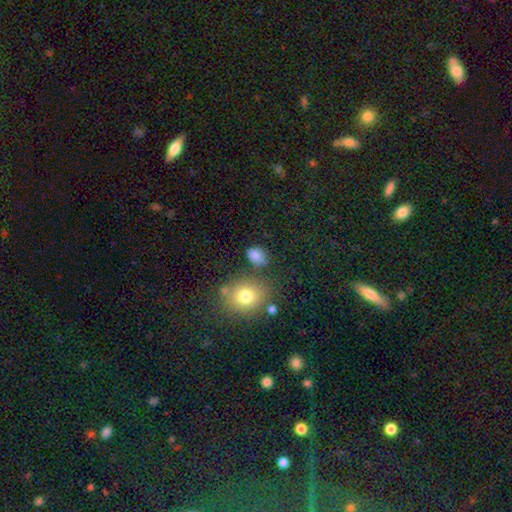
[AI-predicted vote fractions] Smooth or featured?
  - smooth: 81% *
  - star or artifact: 12%
  - featured or disk: 7%
How rounded?
  - in between: 75% *
  - round: 23%
  - cigar-shaped: 2%
Merging?
  - none: 67% *
  - minor disturbance: 19%
  - merger: 7%
  - major disturbance: 7%